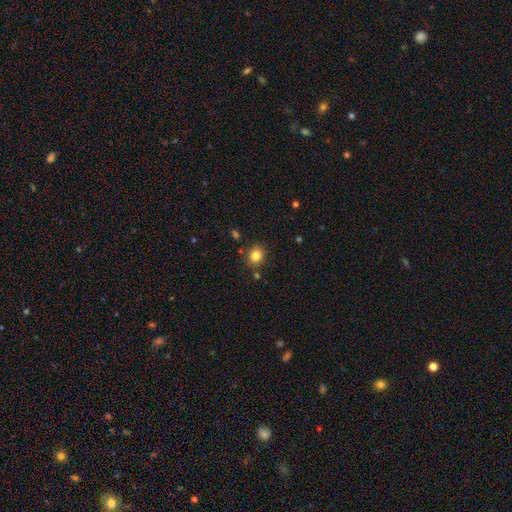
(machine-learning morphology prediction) Smooth or featured?
  - smooth: 83% *
  - star or artifact: 11%
  - featured or disk: 6%
How rounded?
  - round: 68% *
  - in between: 31%
  - cigar-shaped: 1%
Merging?
  - none: 83% *
  - minor disturbance: 10%
  - merger: 4%
  - major disturbance: 3%